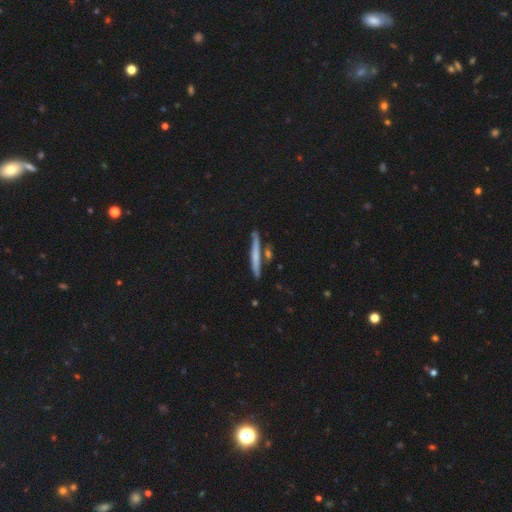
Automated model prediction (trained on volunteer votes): This appears to be a smooth galaxy with no disk features (54%) that is cigar-shaped (95%). Merging: none (79%).